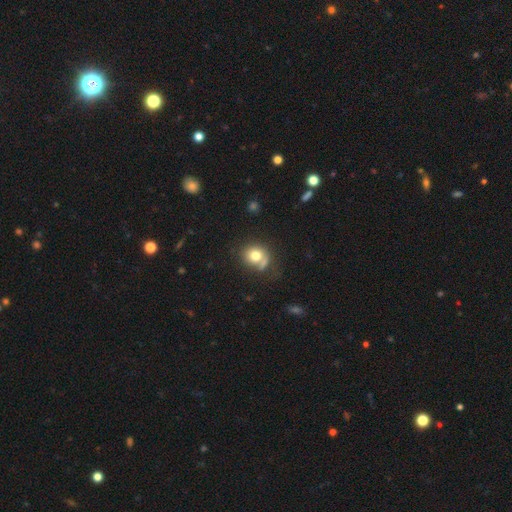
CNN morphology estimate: A smooth galaxy with no disk features (76%) that is round (77%).

Vote fractions:
- Smooth or featured? smooth: 76% / featured or disk: 14% / star or artifact: 10%
- How rounded? round: 77% / in between: 22% / cigar-shaped: 1%
- Merging? none: 56% / minor disturbance: 20% / merger: 13% / major disturbance: 11%